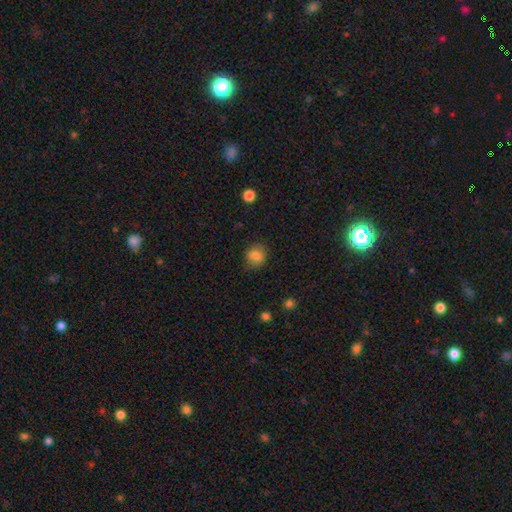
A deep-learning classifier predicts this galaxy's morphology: This is clearly a smooth galaxy (82%). How rounded: clearly round (81%). Merging: clearly none (81%).